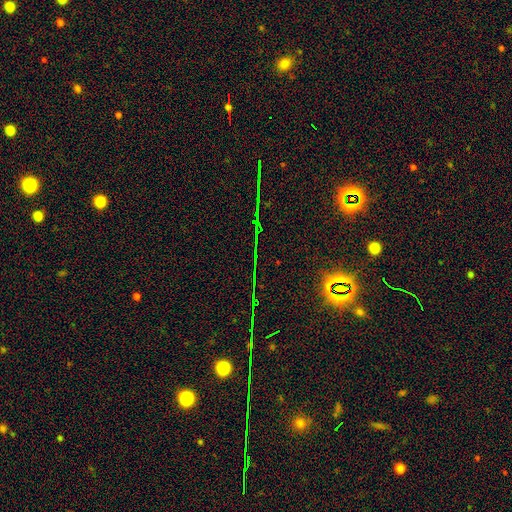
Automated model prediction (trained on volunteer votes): This appears to be a star or artifact, not a galaxy (82%).